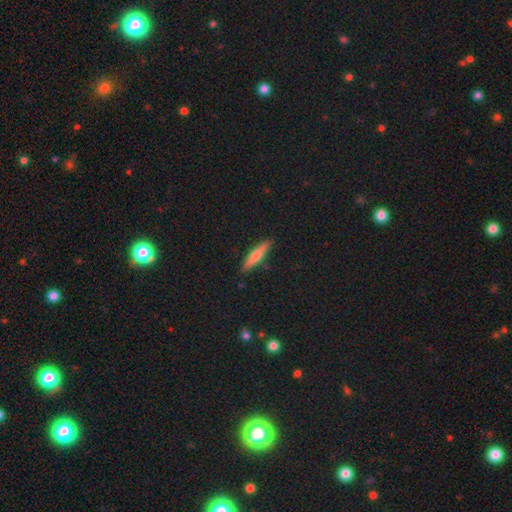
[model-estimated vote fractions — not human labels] Smooth or featured? Predicted: smooth (p=0.55). How rounded? Predicted: cigar-shaped (p=0.87). Merging? Predicted: none (p=0.88).